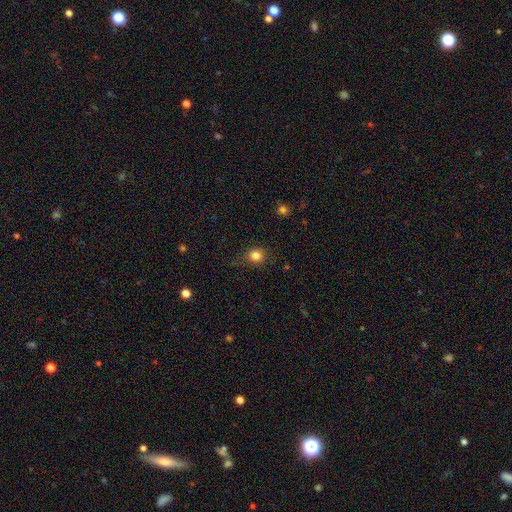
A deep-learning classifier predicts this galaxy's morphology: smooth-or-featured: smooth: 82% | star or artifact: 12% | featured or disk: 6%
  how-rounded: round: 80% | in between: 19% | cigar-shaped: 1%
  merging: none: 79% | minor disturbance: 14% | major disturbance: 5% | merger: 1%